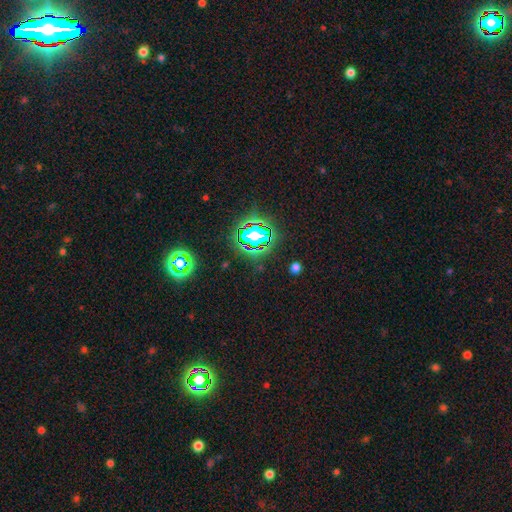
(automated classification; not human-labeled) smooth-or-featured: star or artifact: 80% | smooth: 13% | featured or disk: 8%